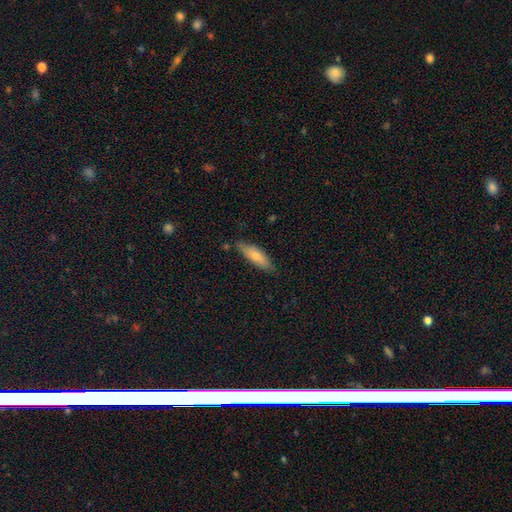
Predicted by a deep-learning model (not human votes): Q: Smooth or featured?
A: smooth (71%); runner-up: featured or disk (23%)
Q: How rounded?
A: in between (50%); runner-up: cigar-shaped (49%)
Q: Merging?
A: none (73%); runner-up: minor disturbance (21%)